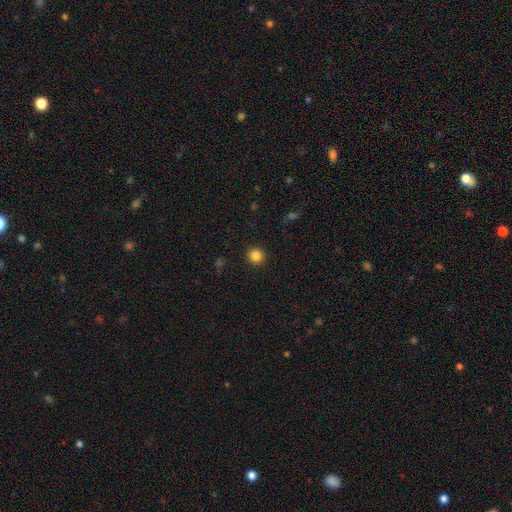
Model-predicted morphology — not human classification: This appears to be a smooth galaxy with no disk features (85%) that is round (94%). Merging: none (92%).